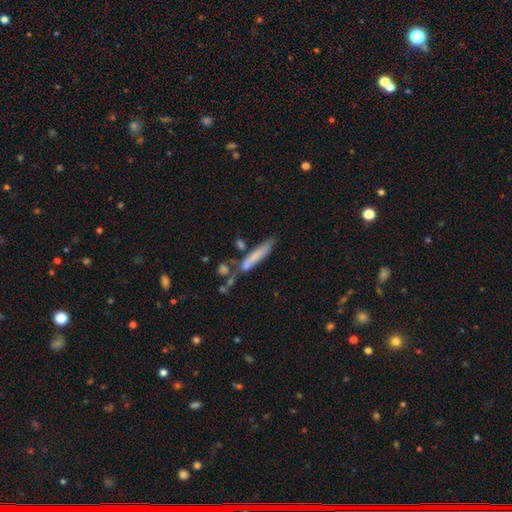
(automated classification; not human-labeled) smooth-or-featured: smooth: 68% | featured or disk: 24% | star or artifact: 8%
  how-rounded: cigar-shaped: 88% | in between: 10% | round: 2%
  merging: none: 53% | minor disturbance: 19% | merger: 19% | major disturbance: 10%